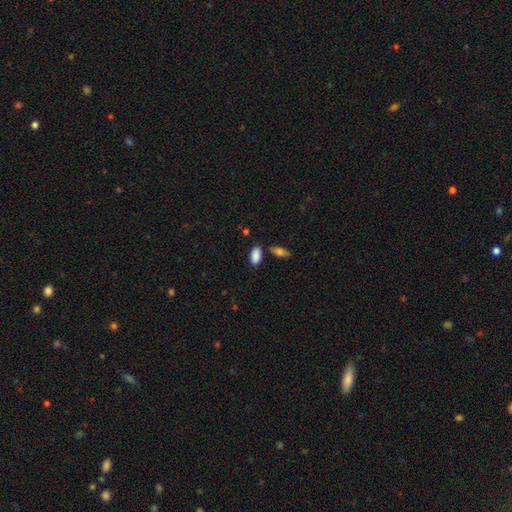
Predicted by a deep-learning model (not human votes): This appears to be a smooth galaxy with no disk features (88%) that is in between round and cigar-shaped (90%). Merging: none (75%).